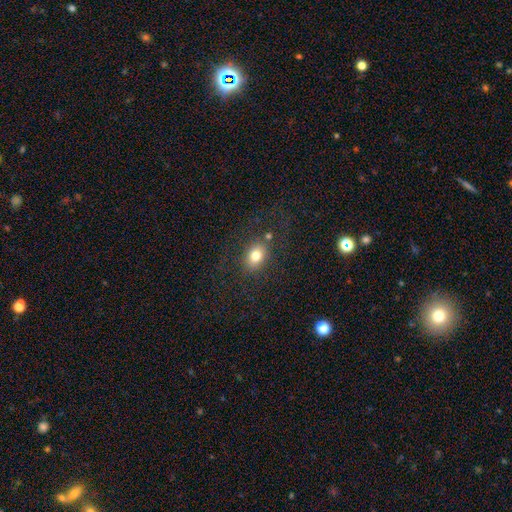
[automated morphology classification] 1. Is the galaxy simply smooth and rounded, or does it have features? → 78% smooth, 11% star or artifact, 11% featured or disk.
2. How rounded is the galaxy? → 67% in between, 32% round, 1% cigar-shaped.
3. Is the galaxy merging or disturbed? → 79% none, 12% minor disturbance, 6% major disturbance, 4% merger.